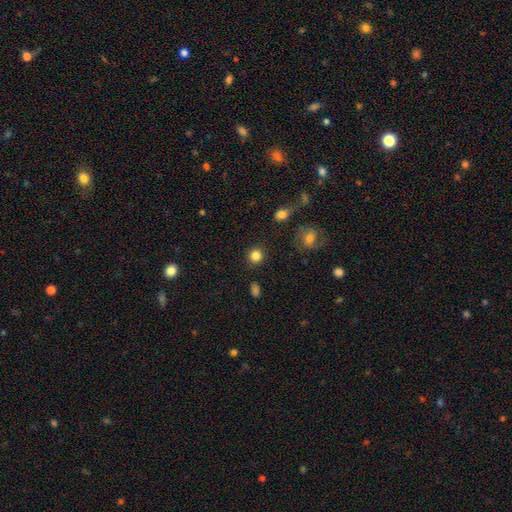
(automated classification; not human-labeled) This appears to be a smooth galaxy with no disk features (85%) that is round (90%). Merging: none (89%).